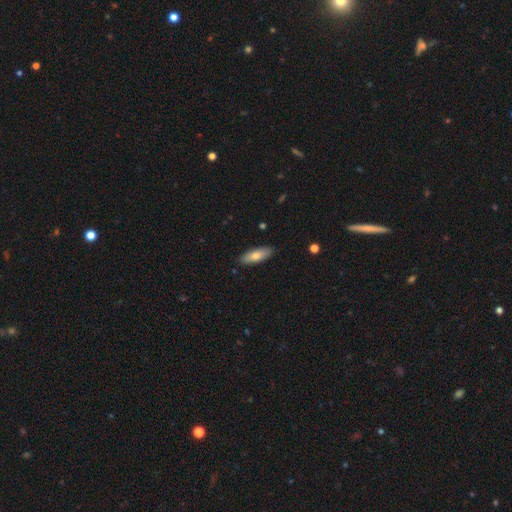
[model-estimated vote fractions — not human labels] This is likely a smooth galaxy (73%). How rounded: likely in between (61%). Merging: clearly none (89%).